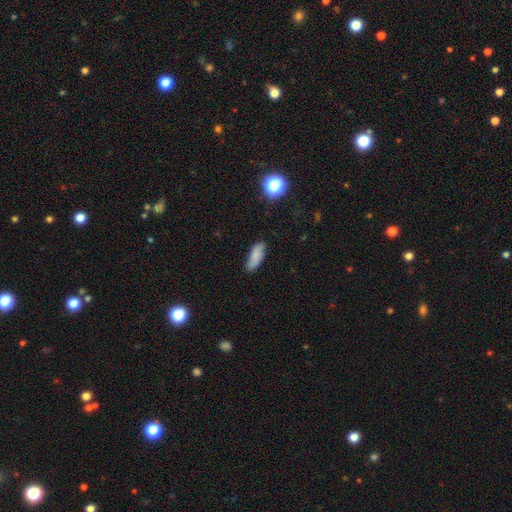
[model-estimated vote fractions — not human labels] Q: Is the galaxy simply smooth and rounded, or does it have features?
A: smooth — 80%.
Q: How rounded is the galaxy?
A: in between — 69%.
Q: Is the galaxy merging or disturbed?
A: none — 78%.